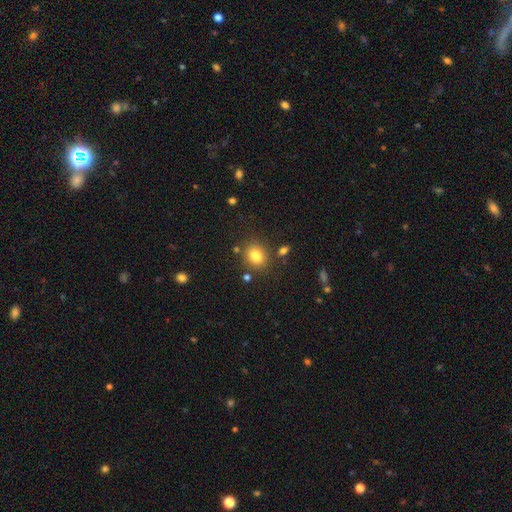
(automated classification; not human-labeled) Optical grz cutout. It shows a smooth galaxy with no disk features (81%) that is round (71%). Merging: none (82%).